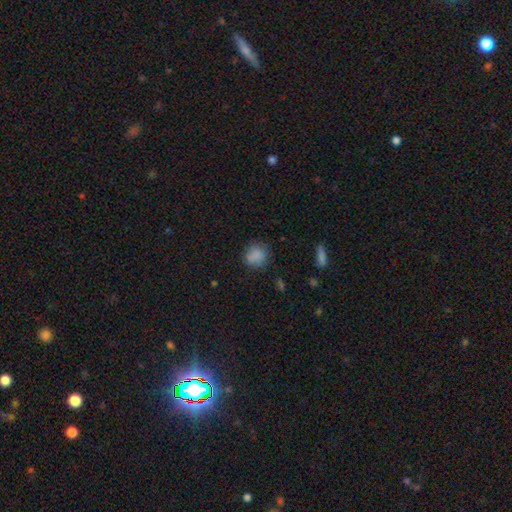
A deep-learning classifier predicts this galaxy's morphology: Smooth or featured? Predicted: smooth (p=0.83). How rounded? Predicted: round (p=0.81). Merging? Predicted: none (p=0.76).